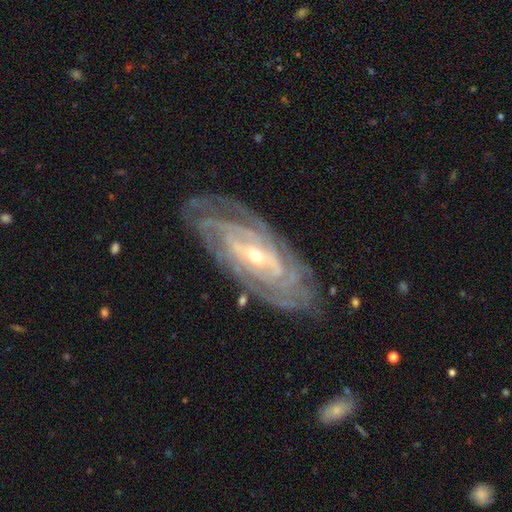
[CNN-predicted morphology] The model was most divided on "bar": weak: 37%, no: 36%, strong: 27%. Remaining: spiral arms — yes (97%); edge-on disk — no (93%); smooth or featured — featured or disk (90%); spiral winding — tight (81%); merging — none (81%); bulge size — small (62%); spiral arm count — can't tell (30%).